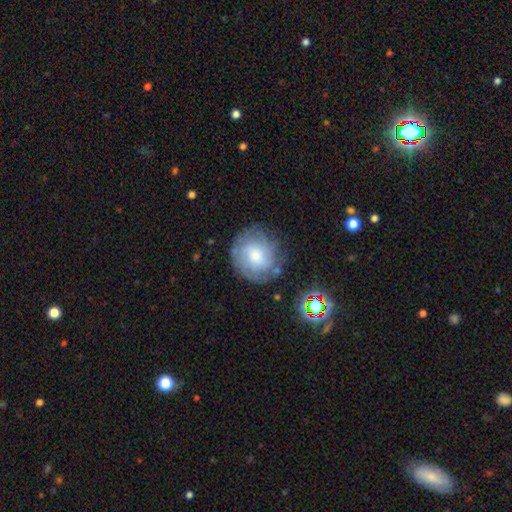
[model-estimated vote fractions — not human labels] The model was most divided on "bulge size": moderate: 47%, small: 30%, large: 16%, none: 5%, dominant: 2%. More confident: edge-on disk — no (97%); spiral arms — yes (85%); merging — none (73%); bar — no (67%); smooth or featured — featured or disk (56%).